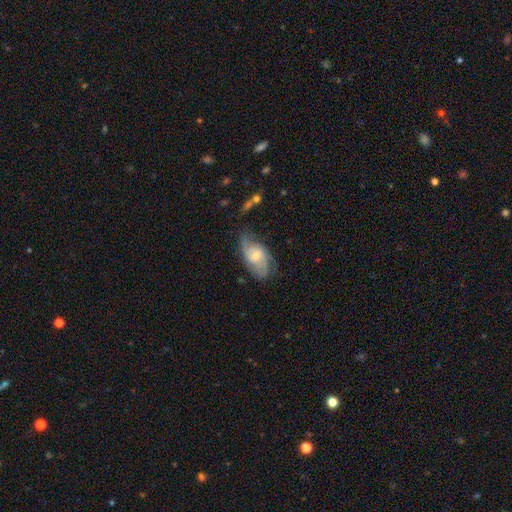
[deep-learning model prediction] featured or disk 66%, smooth 27%, star or artifact 7%. Down the decision tree: edge-on disk — no (95%); bar — no (52%); spiral arms — yes (88%); spiral arm count — 2 (47%); spiral winding — medium (44%); bulge size — small (47%); merging — none (54%).